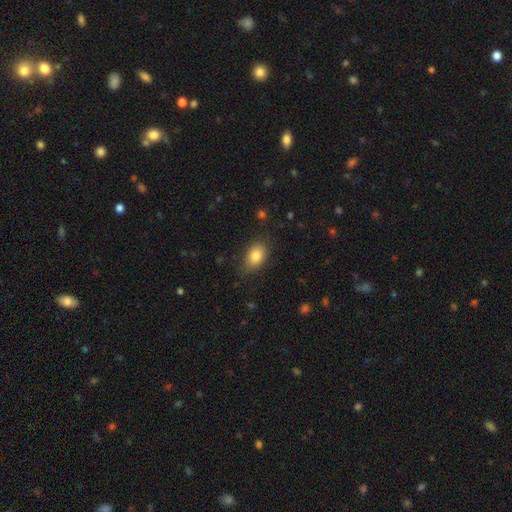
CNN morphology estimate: smooth_or_featured: smooth (p=0.83) [alt: featured or disk p=0.09]
how_rounded: in between (p=0.82) [alt: round p=0.16]
merging: none (p=0.79) [alt: minor disturbance p=0.16]